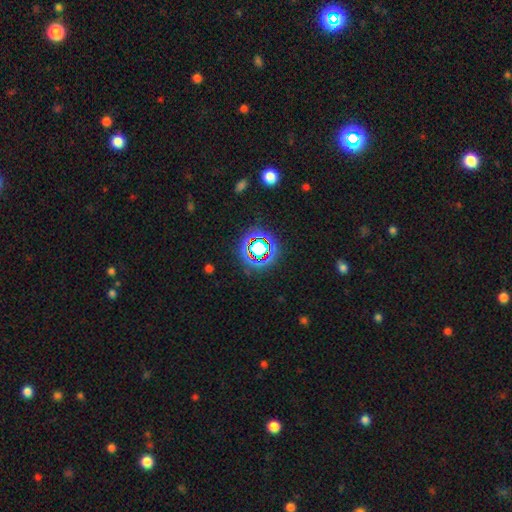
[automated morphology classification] Smooth or featured? Predicted: star or artifact (p=0.73).